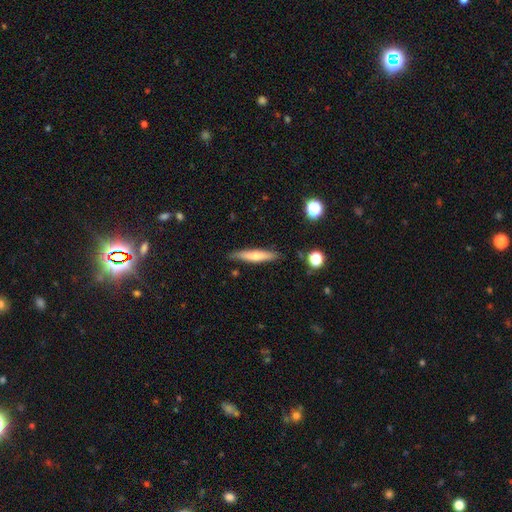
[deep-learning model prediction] smooth 58%, featured or disk 36%, star or artifact 6%. Down the decision tree: how rounded — cigar-shaped (88%); merging — none (85%).